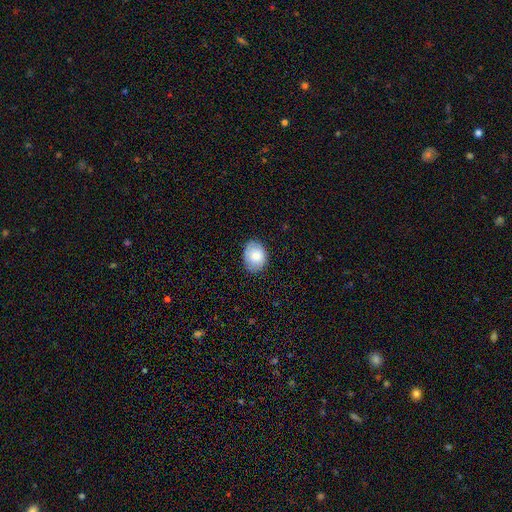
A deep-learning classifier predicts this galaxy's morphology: smooth_or_featured: smooth (p=0.79) [alt: featured or disk p=0.13]
how_rounded: in between (p=0.63) [alt: round p=0.36]
merging: none (p=0.79) [alt: minor disturbance p=0.17]